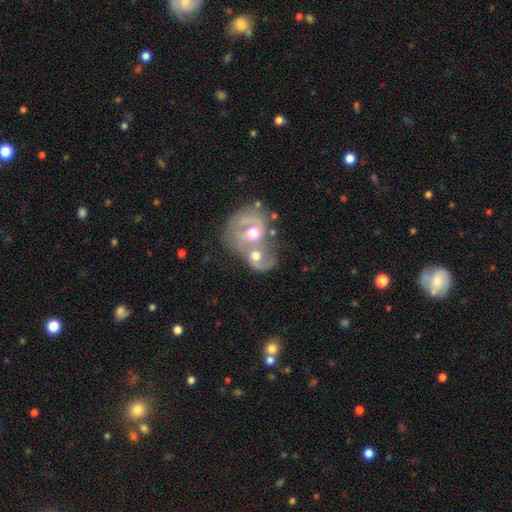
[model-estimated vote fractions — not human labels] Smooth or featured?
  - featured or disk: 63% *
  - smooth: 28%
  - star or artifact: 9%
Edge-on disk?
  - no: 97% *
  - yes: 3%
Bar?
  - no: 68% *
  - weak: 25%
  - strong: 8%
Spiral arms?
  - yes: 62% *
  - no: 38%
Bulge size?
  - moderate: 71% *
  - large: 13%
  - small: 11%
  - none: 3%
  - dominant: 2%
Merging?
  - merger: 75% *
  - none: 12%
  - major disturbance: 7%
  - minor disturbance: 6%